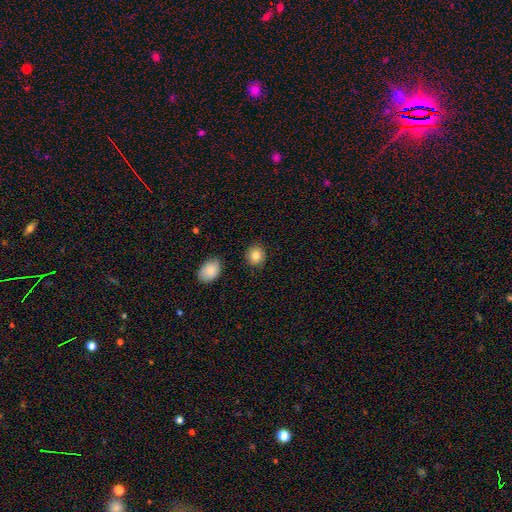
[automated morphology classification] A smooth galaxy with no disk features (84%) that is round (85%). Merging: none (87%).